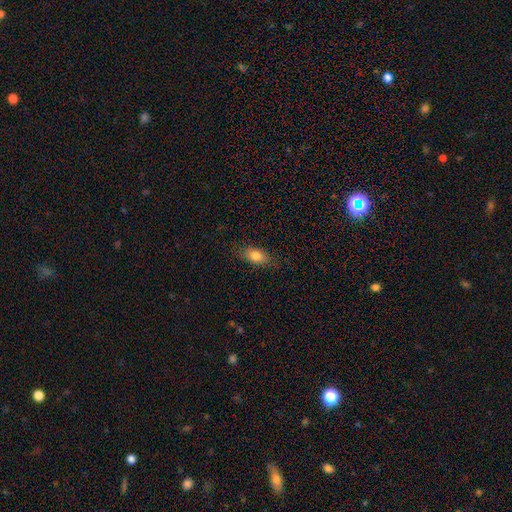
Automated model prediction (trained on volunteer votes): This is likely a smooth galaxy (80%). How rounded: clearly in between (83%). Merging: clearly none (82%).